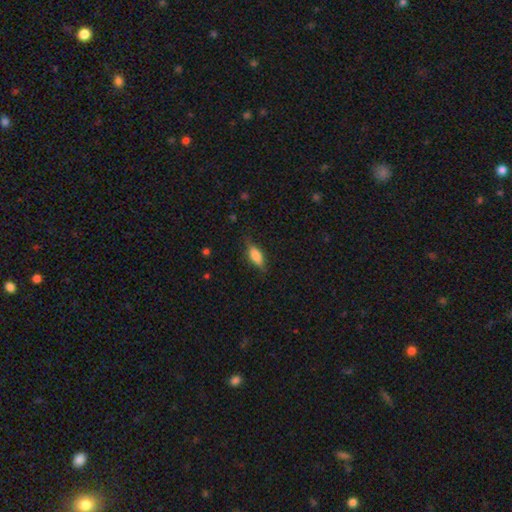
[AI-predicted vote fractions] Morphology: type=smooth (77%); roundness=in between (74%); merging=none (76%).